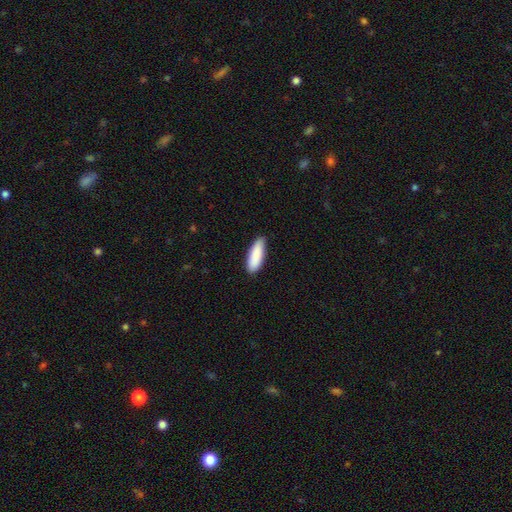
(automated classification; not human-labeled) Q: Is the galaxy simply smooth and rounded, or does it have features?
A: smooth — 90%.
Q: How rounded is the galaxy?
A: in between — 56%.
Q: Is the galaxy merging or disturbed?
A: none — 83%.